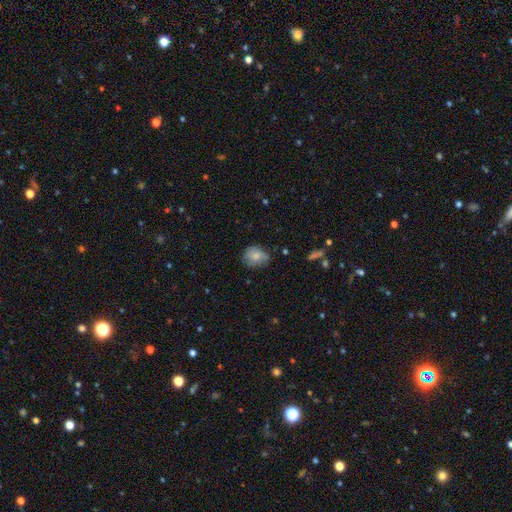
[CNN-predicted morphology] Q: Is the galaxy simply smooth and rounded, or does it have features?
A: smooth — 73%.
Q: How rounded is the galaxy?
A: round — 57%.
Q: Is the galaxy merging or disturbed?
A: none — 64%.